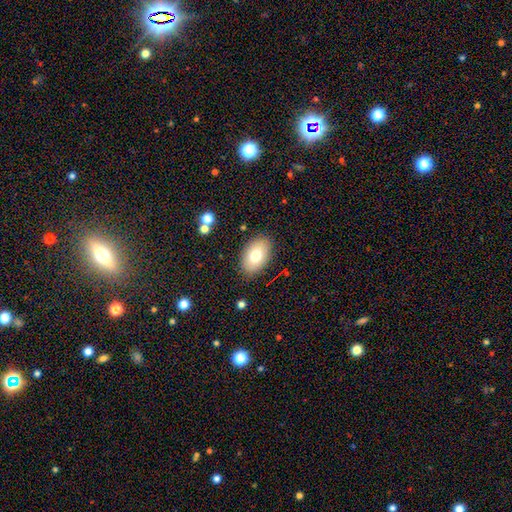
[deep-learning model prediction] Smooth or featured?
  - smooth: 75% *
  - featured or disk: 17%
  - star or artifact: 8%
How rounded?
  - in between: 90% *
  - round: 9%
  - cigar-shaped: 1%
Merging?
  - none: 86% *
  - minor disturbance: 10%
  - major disturbance: 3%
  - merger: 1%